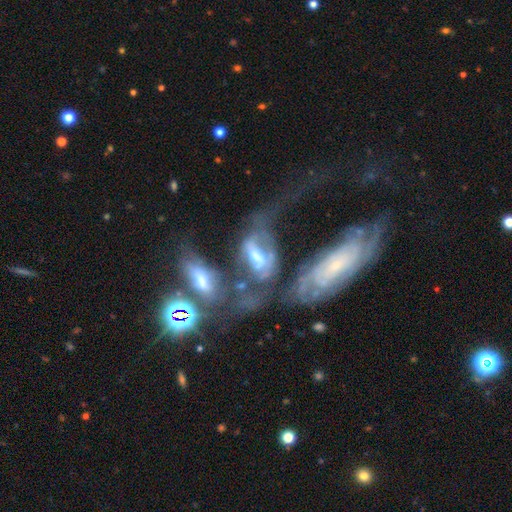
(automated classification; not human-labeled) smooth-or-featured: featured or disk: 71% | smooth: 19% | star or artifact: 10%
  disk-edge-on: no: 90% | yes: 10%
    bar: no: 38% | weak: 33% | strong: 29%
    has-spiral-arms: yes: 57% | no: 43%
    bulge-size: moderate: 47% | small: 24% | large: 15% | none: 10% | dominant: 3%
  merging: merger: 45% | major disturbance: 26% | none: 18% | minor disturbance: 11%